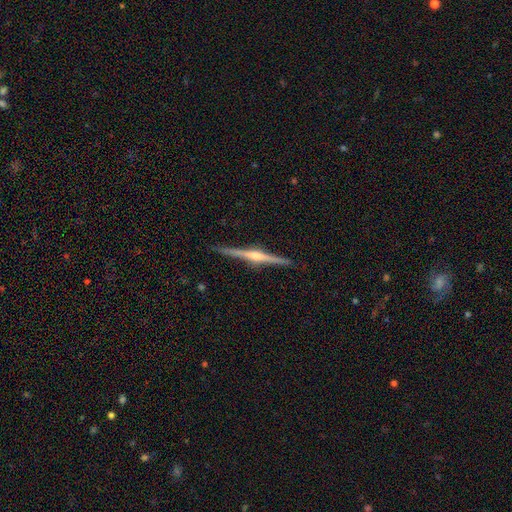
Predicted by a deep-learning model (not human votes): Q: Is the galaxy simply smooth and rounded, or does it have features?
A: featured or disk — 87%.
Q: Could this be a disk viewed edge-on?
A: yes — 99%.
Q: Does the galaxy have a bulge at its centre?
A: rounded — 85%.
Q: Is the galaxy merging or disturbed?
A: none — 92%.